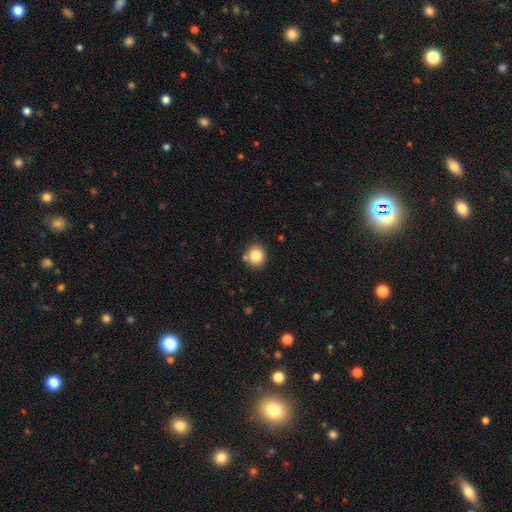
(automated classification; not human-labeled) smooth_or_featured: smooth (p=0.83) [alt: star or artifact p=0.10]
how_rounded: round (p=0.82) [alt: in between p=0.17]
merging: none (p=0.83) [alt: minor disturbance p=0.09]